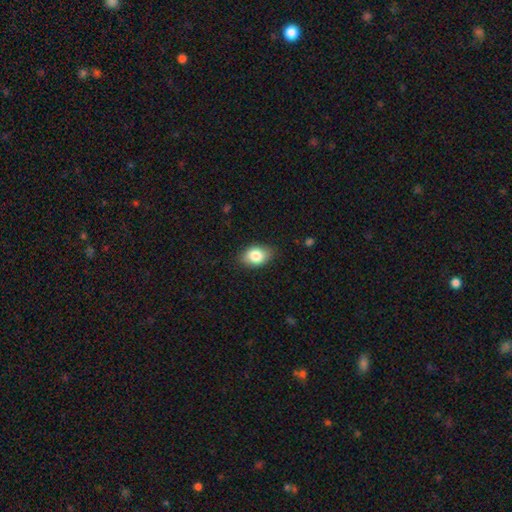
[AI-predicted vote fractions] Smooth or featured: smooth — 83% (featured or disk — 9%)
How rounded: in between — 78% (round — 20%)
Merging: none — 83% (minor disturbance — 13%)